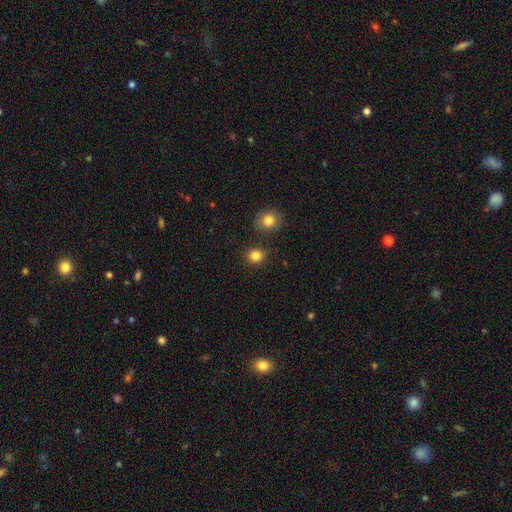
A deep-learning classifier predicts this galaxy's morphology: Smooth or featured: smooth — 84% (star or artifact — 12%)
How rounded: round — 82% (in between — 17%)
Merging: none — 84% (minor disturbance — 8%)